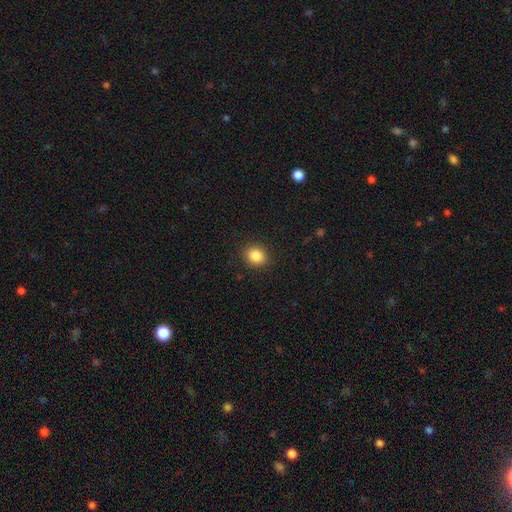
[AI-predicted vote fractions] Q: Smooth or featured?
A: smooth (86%); runner-up: star or artifact (10%)
Q: How rounded?
A: round (66%); runner-up: in between (34%)
Q: Merging?
A: none (90%); runner-up: minor disturbance (7%)